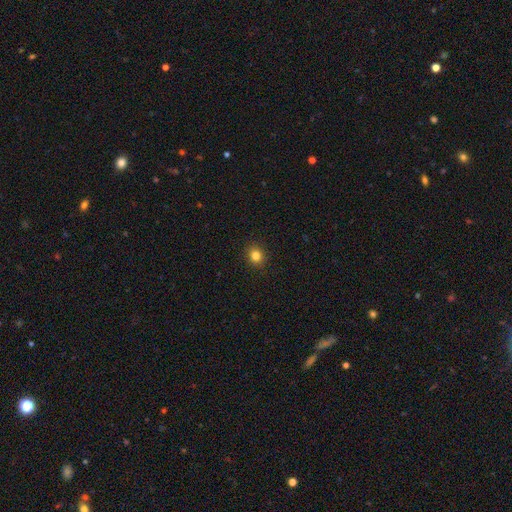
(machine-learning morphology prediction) A smooth galaxy with no disk features (83%) that is round (81%).

Vote fractions:
- Smooth or featured? smooth: 83% / star or artifact: 12% / featured or disk: 5%
- How rounded? round: 81% / in between: 18% / cigar-shaped: 1%
- Merging? none: 92% / minor disturbance: 6% / major disturbance: 2% / merger: 1%